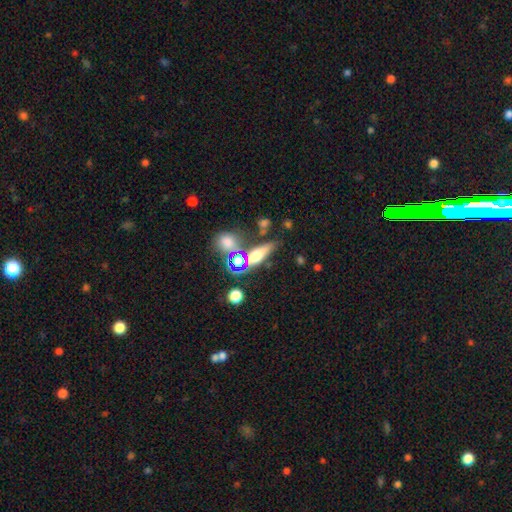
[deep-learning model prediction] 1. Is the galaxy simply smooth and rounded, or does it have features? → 52% smooth, 27% featured or disk, 20% star or artifact.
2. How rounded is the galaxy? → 43% in between, 41% cigar-shaped, 16% round.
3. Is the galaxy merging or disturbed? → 60% none, 16% merger, 16% minor disturbance, 8% major disturbance.